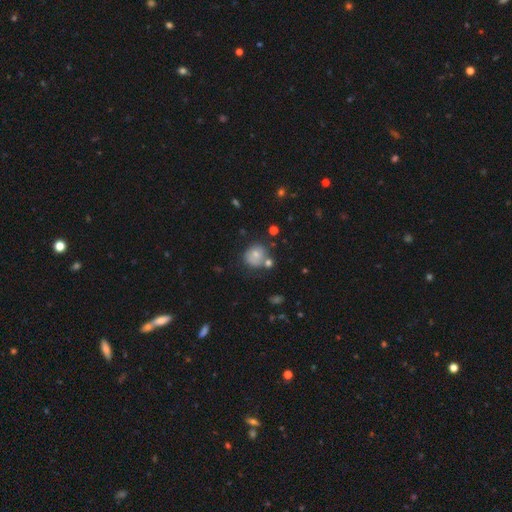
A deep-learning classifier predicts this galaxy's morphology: type=smooth (63%); roundness=round (79%); merging=none (57%).